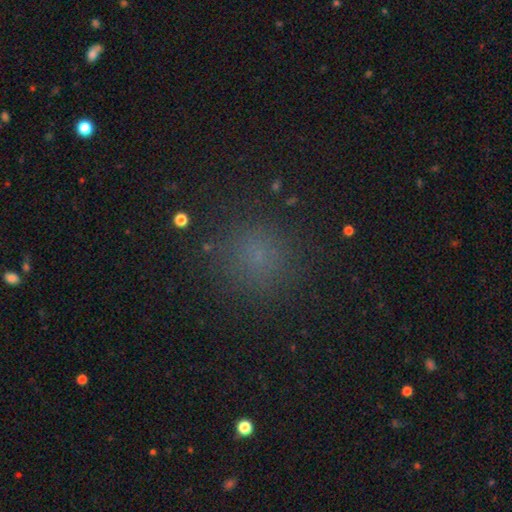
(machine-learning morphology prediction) type=smooth (67%); roundness=round (91%); merging=none (87%).